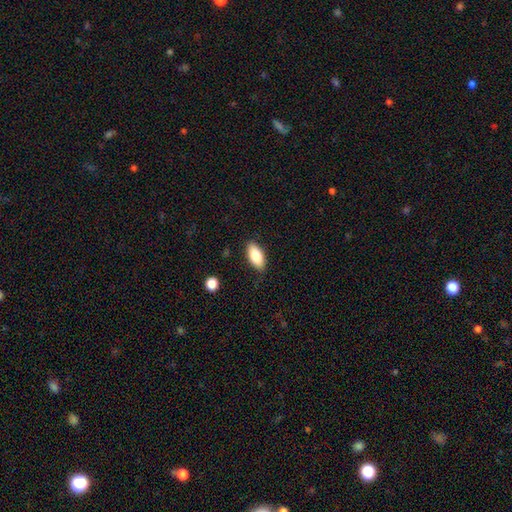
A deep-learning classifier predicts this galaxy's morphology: This appears to be a smooth galaxy with no disk features (84%) that is in between round and cigar-shaped (89%). Merging: none (86%).